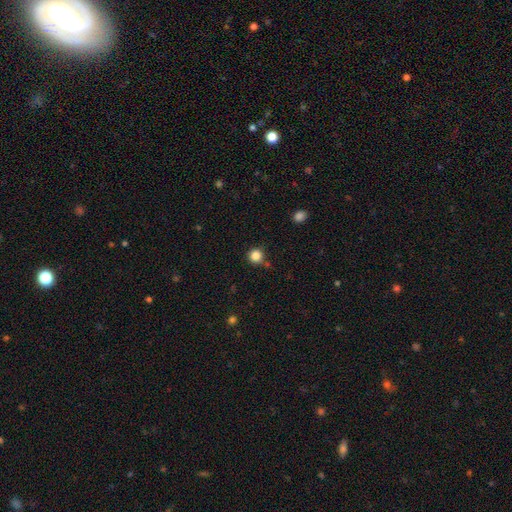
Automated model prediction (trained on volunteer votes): A smooth galaxy with no disk features (84%) that is round (94%).

Vote fractions:
- Smooth or featured? smooth: 84% / star or artifact: 12% / featured or disk: 4%
- How rounded? round: 94% / in between: 5% / cigar-shaped: 1%
- Merging? none: 83% / minor disturbance: 9% / merger: 5% / major disturbance: 2%